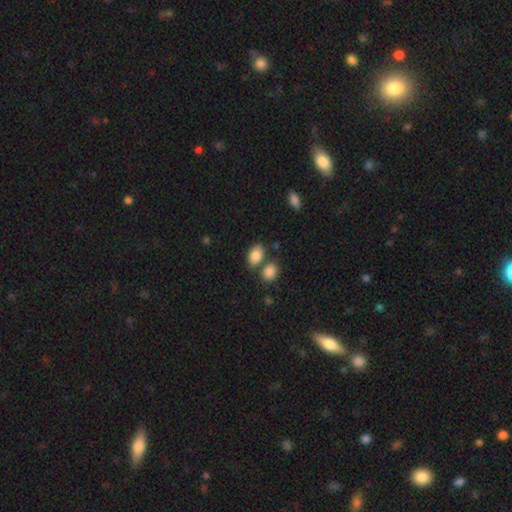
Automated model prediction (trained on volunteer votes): Smooth or featured? smooth (85%)
How rounded? in between (85%)
Merging? none (57%)